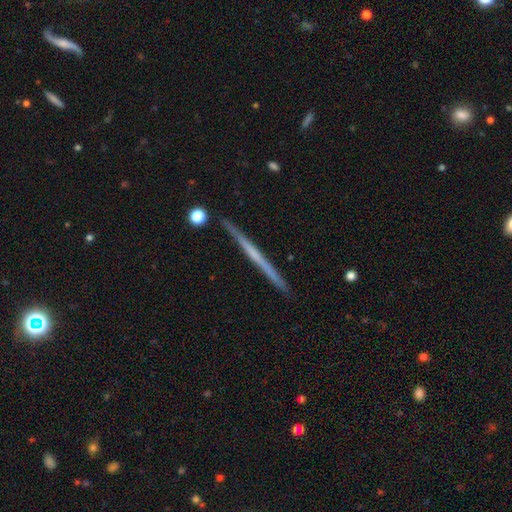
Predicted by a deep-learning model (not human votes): The model was most divided on "smooth or featured": featured or disk: 64%, smooth: 30%, star or artifact: 6%. More confident: edge-on disk — yes (98%); merging — none (91%); edge-on bulge — none (83%).